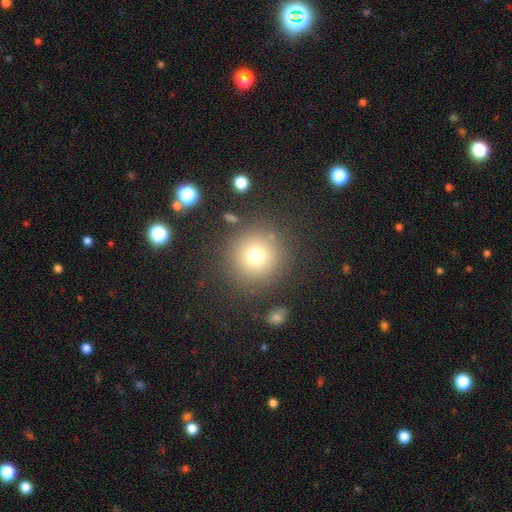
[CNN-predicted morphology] type=smooth (73%); roundness=round (94%); merging=none (84%).